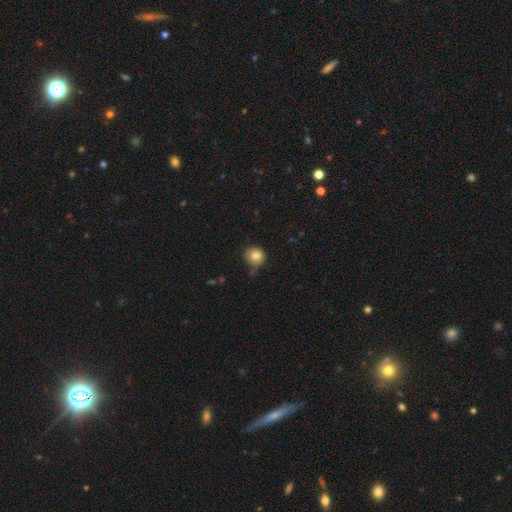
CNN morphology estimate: This is clearly a smooth galaxy (82%). How rounded: clearly round (84%). Merging: possibly none (54%).